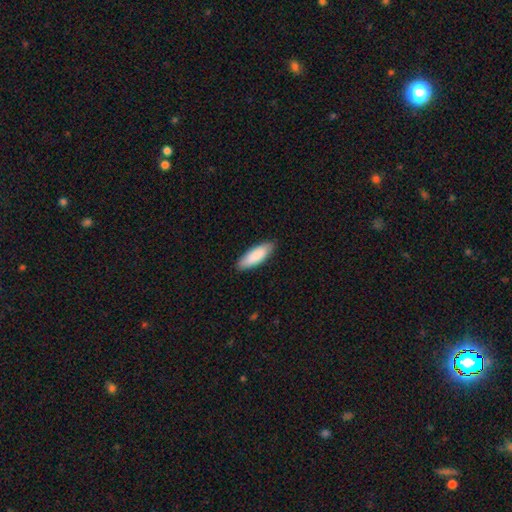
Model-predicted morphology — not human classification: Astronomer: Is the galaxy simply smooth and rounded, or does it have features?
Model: smooth — 88%.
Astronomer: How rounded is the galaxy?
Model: in between — 61% (runner-up: cigar-shaped, 37%).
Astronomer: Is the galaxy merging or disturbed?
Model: none — 87%.